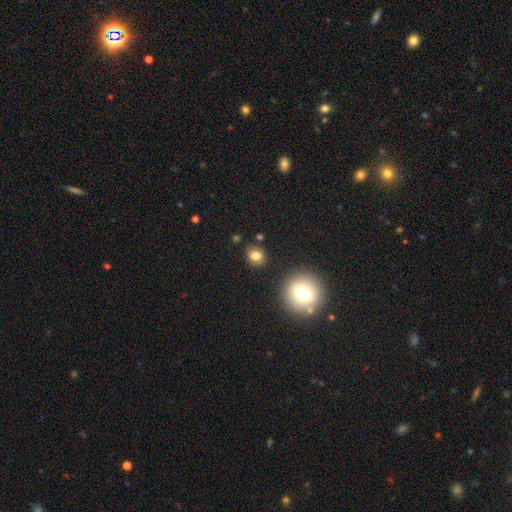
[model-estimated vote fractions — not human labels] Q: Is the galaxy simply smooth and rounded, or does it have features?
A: smooth — 80%.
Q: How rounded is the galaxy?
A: round — 74%.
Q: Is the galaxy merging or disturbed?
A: none — 85%.